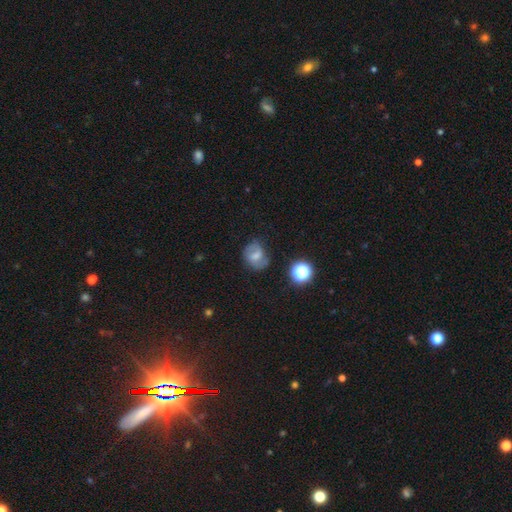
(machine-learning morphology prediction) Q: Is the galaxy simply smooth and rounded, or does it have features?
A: featured or disk — 47%.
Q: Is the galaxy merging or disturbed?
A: none — 63%.